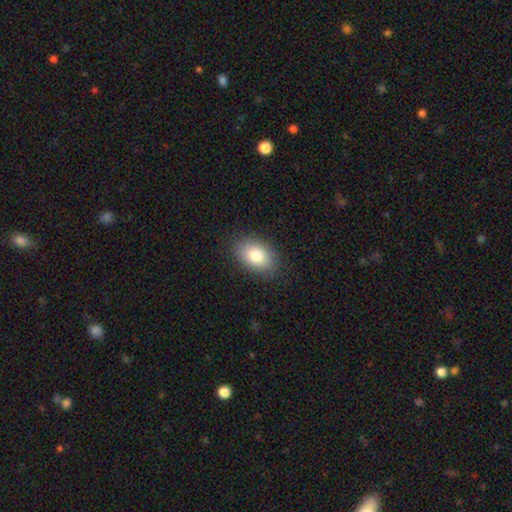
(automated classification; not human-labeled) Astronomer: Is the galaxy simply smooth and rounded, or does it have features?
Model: smooth — 82%.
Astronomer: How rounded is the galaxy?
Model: in between — 87%.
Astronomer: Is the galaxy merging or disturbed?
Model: none — 86%.